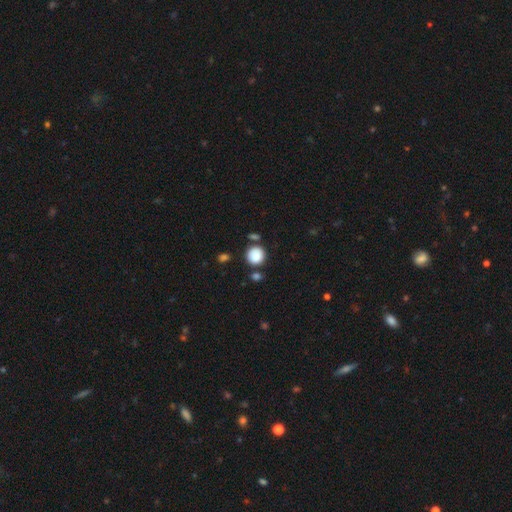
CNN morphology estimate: smooth-or-featured: smooth: 85% | star or artifact: 8% | featured or disk: 7%
  how-rounded: round: 92% | in between: 8% | cigar-shaped: 1%
  merging: none: 76% | minor disturbance: 11% | merger: 9% | major disturbance: 3%